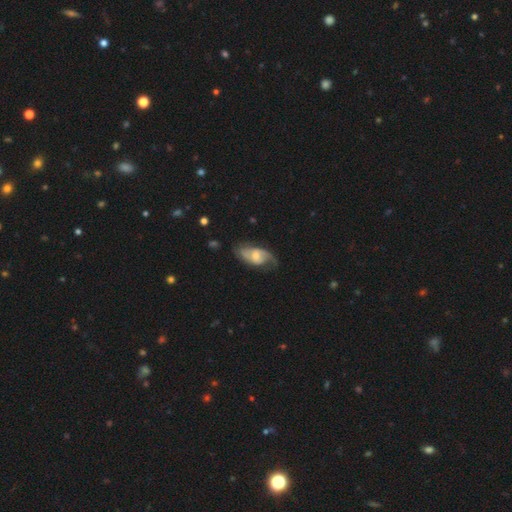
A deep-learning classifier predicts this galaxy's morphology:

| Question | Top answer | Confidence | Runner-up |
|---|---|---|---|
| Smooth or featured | featured or disk | 70% | smooth (24%) |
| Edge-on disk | no | 94% | yes (6%) |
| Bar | no | 50% | weak (41%) |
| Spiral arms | yes | 88% | no (12%) |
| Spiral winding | medium | 43% | loose (35%) |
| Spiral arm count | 2 | 73% | can't tell (13%) |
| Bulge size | moderate | 54% | small (37%) |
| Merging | none | 59% | minor disturbance (25%) |